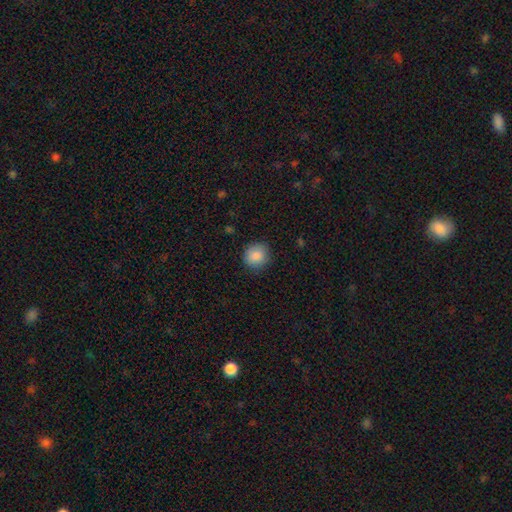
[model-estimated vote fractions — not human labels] Smooth or featured?
  - smooth: 87% *
  - star or artifact: 9%
  - featured or disk: 4%
How rounded?
  - round: 87% *
  - in between: 12%
  - cigar-shaped: 1%
Merging?
  - none: 86% *
  - minor disturbance: 10%
  - major disturbance: 3%
  - merger: 1%